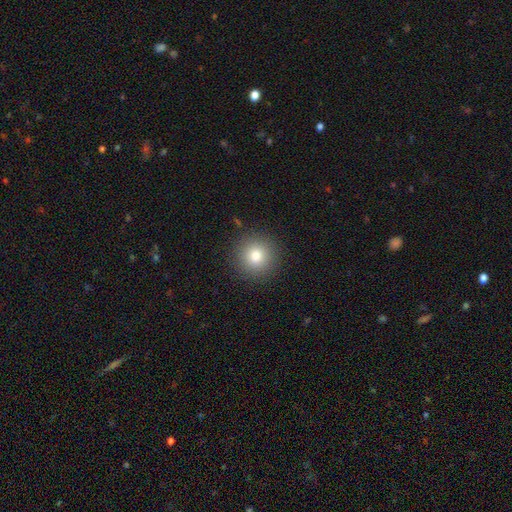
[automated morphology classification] This appears to be a smooth galaxy with no disk features (79%) that is round (95%). Merging: none (91%).